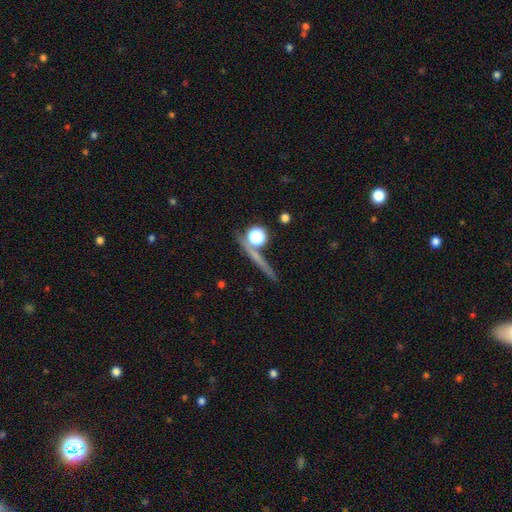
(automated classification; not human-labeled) Overall: smooth (41%; featured or disk 31%). Merging: none (78%).